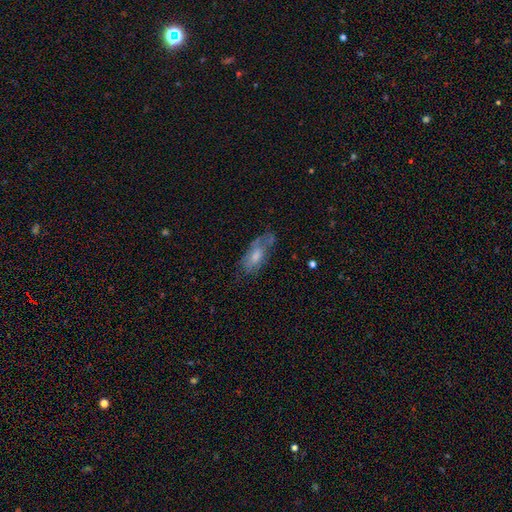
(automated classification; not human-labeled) smooth 50%, featured or disk 41%, star or artifact 9%. Down the decision tree: merging — none (50%).